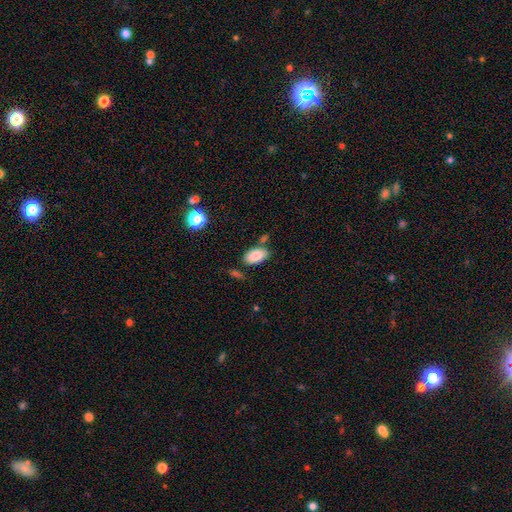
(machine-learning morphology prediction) Smooth or featured: smooth — 85% (star or artifact — 8%)
How rounded: in between — 94% (round — 4%)
Merging: none — 71% (minor disturbance — 15%)